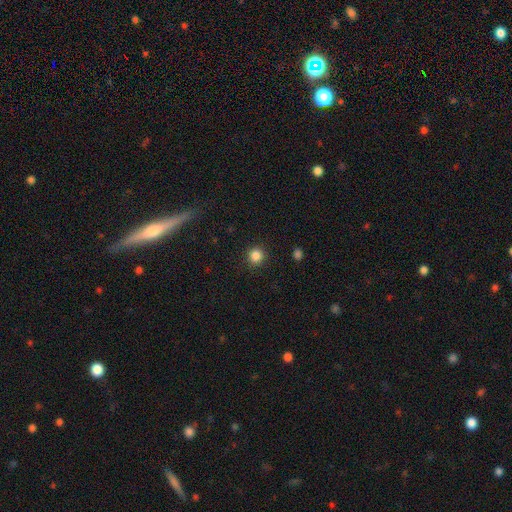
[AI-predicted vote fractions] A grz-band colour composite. It shows a smooth galaxy with no disk features (85%) that is round (93%). Merging: none (91%).